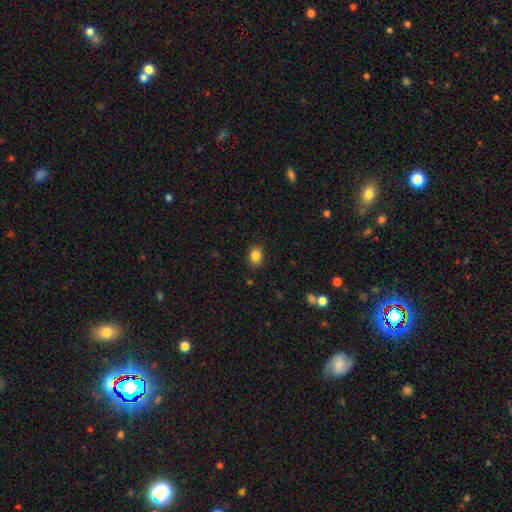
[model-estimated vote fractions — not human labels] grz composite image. It shows a smooth galaxy with no disk features (85%) that is in between round and cigar-shaped (56%). Merging: none (86%).